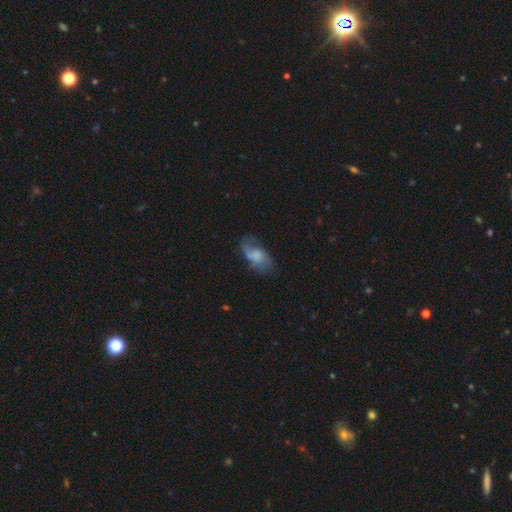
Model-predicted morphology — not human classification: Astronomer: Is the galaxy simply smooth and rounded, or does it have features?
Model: smooth — 50% (runner-up: featured or disk, 42%).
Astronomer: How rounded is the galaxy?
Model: in between — 90%.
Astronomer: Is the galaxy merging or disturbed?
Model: none — 48% (runner-up: minor disturbance, 27%).